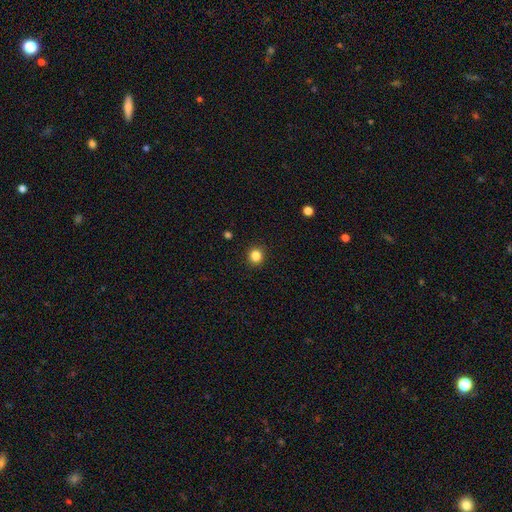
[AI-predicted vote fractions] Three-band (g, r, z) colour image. It shows a smooth galaxy with no disk features (85%) that is round (90%). Merging: none (92%).